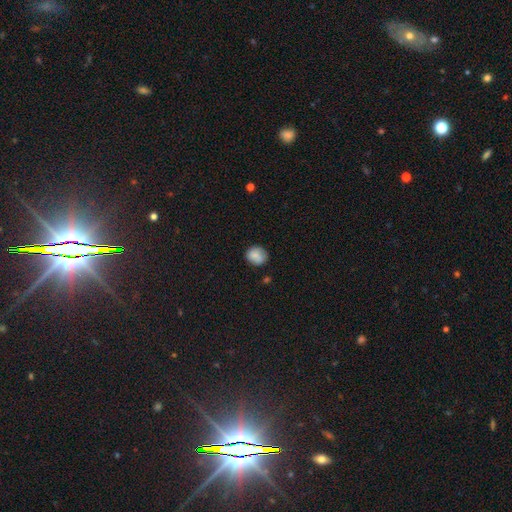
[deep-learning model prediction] A smooth galaxy with no disk features (83%) that is round (70%).

Vote fractions:
- Smooth or featured? smooth: 83% / star or artifact: 8% / featured or disk: 8%
- How rounded? round: 70% / in between: 29% / cigar-shaped: 1%
- Merging? none: 76% / minor disturbance: 18% / major disturbance: 4% / merger: 2%